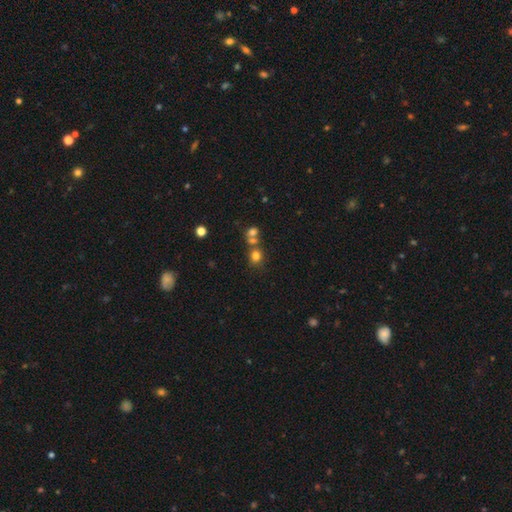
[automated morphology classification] smooth_or_featured: smooth (p=0.75) [alt: star or artifact p=0.16]
how_rounded: round (p=0.80) [alt: in between p=0.19]
merging: none (p=0.53) [alt: merger p=0.33]